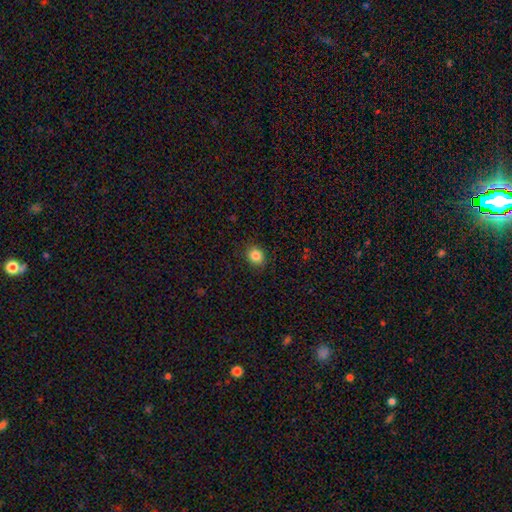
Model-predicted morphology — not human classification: Smooth or featured? smooth (84%)
How rounded? round (63%)
Merging? none (89%)